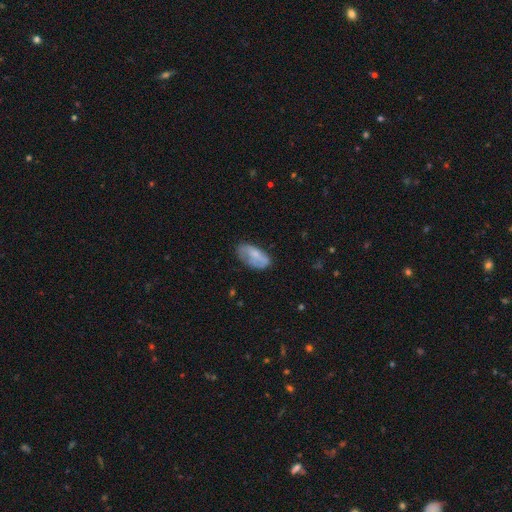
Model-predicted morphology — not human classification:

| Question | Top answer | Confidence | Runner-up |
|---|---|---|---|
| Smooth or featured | smooth | 60% | featured or disk (33%) |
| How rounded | in between | 91% | cigar-shaped (6%) |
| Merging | none | 56% | minor disturbance (30%) |